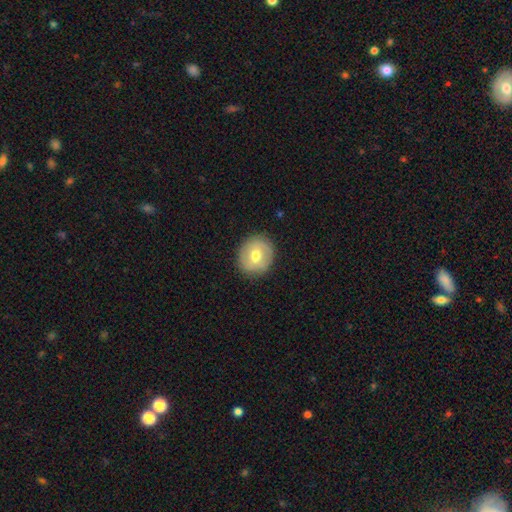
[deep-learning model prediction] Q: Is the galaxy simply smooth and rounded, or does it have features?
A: smooth — 62%.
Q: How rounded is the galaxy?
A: round — 84%.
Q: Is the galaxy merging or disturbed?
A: none — 87%.